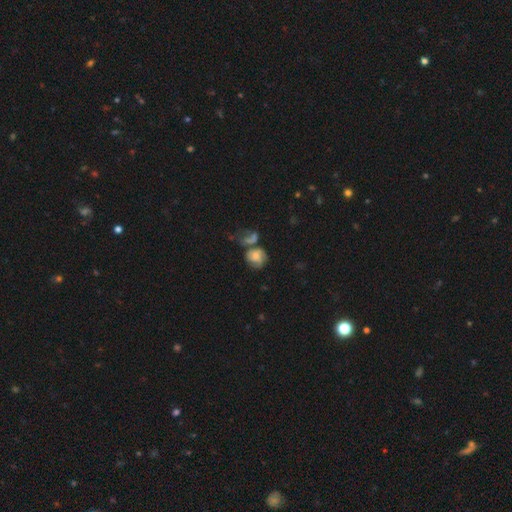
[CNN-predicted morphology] This appears to be a smooth galaxy with no disk features (47%). Merging: none (32%).